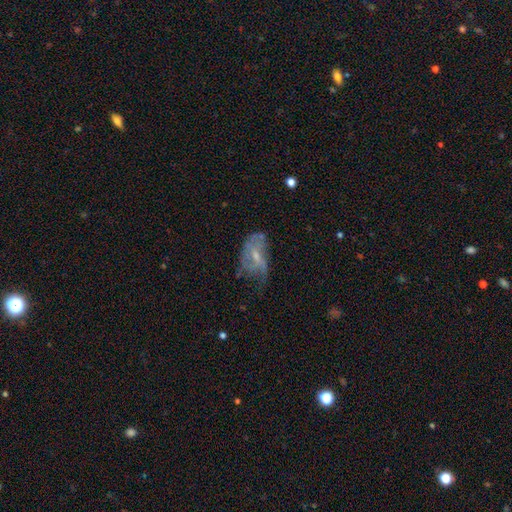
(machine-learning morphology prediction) Smooth or featured: featured or disk — 64% (smooth — 27%)
Edge-on disk: no — 96% (yes — 4%)
Bar: no — 52% (weak — 40%)
Spiral arms: yes — 61% (no — 39%)
Bulge size: small — 57% (moderate — 33%)
Merging: none — 33% (tied with major disturbance — 33%)